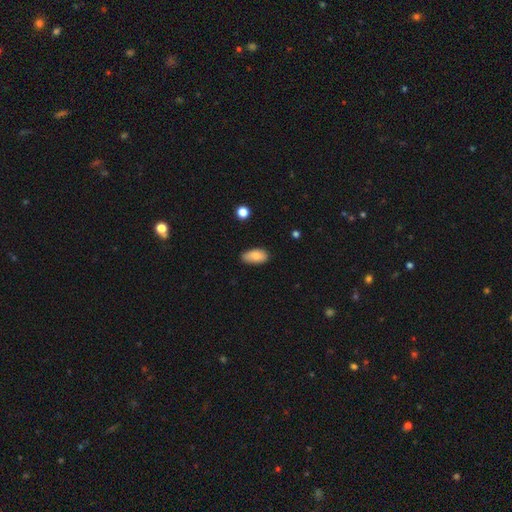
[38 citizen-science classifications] smooth 89%, featured or disk 8%, star or artifact 3%. Down the decision tree: how rounded — in between (94%); merging — none (81%).